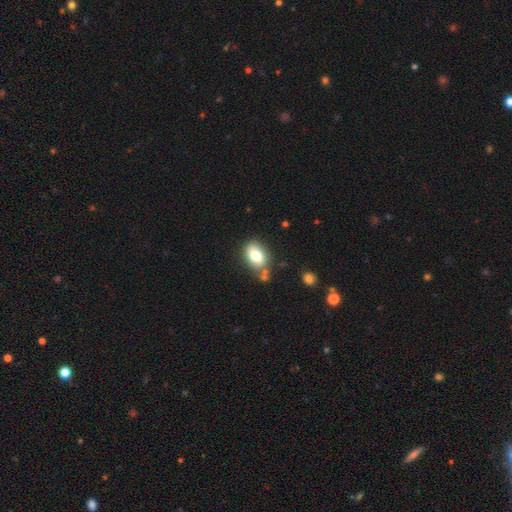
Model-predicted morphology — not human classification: A smooth galaxy with no disk features (79%) that is in between round and cigar-shaped (82%). Merging: none (66%).